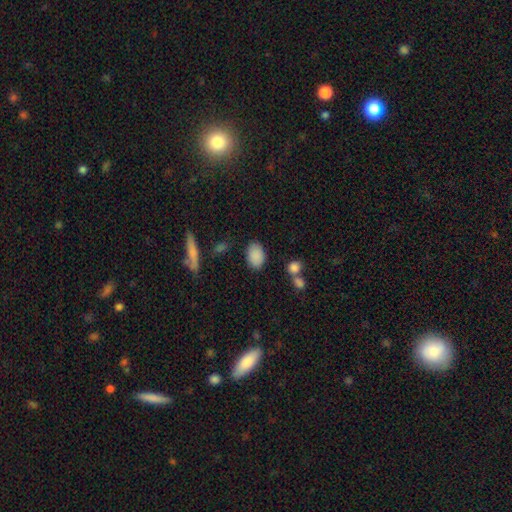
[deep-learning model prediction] This appears to be a smooth galaxy with no disk features (87%) that is in between round and cigar-shaped (84%). Merging: none (80%).